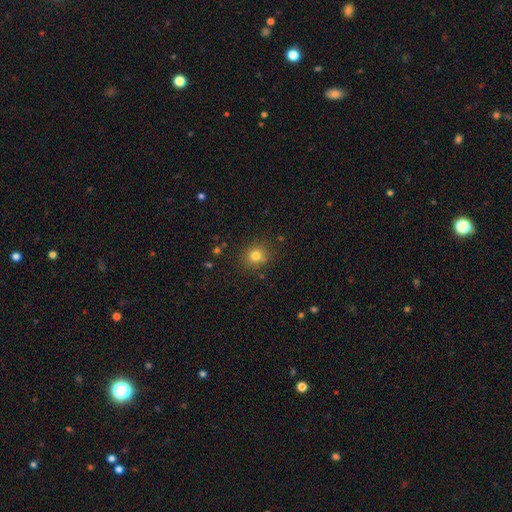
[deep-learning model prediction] A smooth galaxy with no disk features (79%) that is round (80%).

Vote fractions:
- Smooth or featured? smooth: 79% / star or artifact: 14% / featured or disk: 7%
- How rounded? round: 80% / in between: 19% / cigar-shaped: 1%
- Merging? none: 85% / minor disturbance: 10% / major disturbance: 3% / merger: 2%